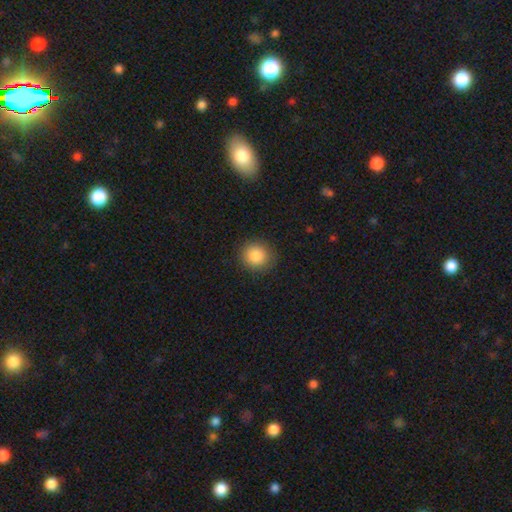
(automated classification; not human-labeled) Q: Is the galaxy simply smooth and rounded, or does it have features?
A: smooth — 85%.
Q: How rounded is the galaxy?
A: round — 88%.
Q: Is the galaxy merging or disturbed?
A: none — 89%.